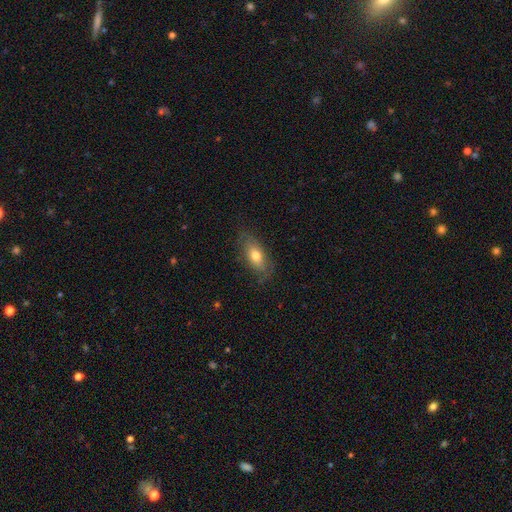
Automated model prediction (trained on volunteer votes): Q: Smooth or featured?
A: smooth (67%); runner-up: featured or disk (26%)
Q: How rounded?
A: in between (80%); runner-up: cigar-shaped (16%)
Q: Merging?
A: none (75%); runner-up: minor disturbance (18%)